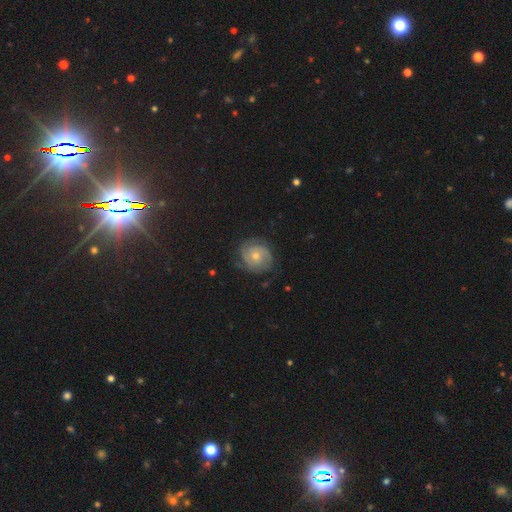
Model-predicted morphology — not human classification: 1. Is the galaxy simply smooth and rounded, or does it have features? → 71% featured or disk, 22% smooth, 7% star or artifact.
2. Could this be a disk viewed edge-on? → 98% no, 2% yes.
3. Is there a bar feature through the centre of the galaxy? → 76% no, 20% weak, 4% strong.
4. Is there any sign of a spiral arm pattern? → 90% yes, 10% no.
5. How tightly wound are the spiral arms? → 62% tight, 29% medium, 9% loose.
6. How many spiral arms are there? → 52% 2, 23% can't tell, 14% 3, 4% 1, 4% 4, 3% more than 4.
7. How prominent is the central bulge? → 49% moderate, 46% small, 2% large, 2% none, 1% dominant.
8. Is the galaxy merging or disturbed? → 74% none, 18% minor disturbance, 7% major disturbance, 1% merger.